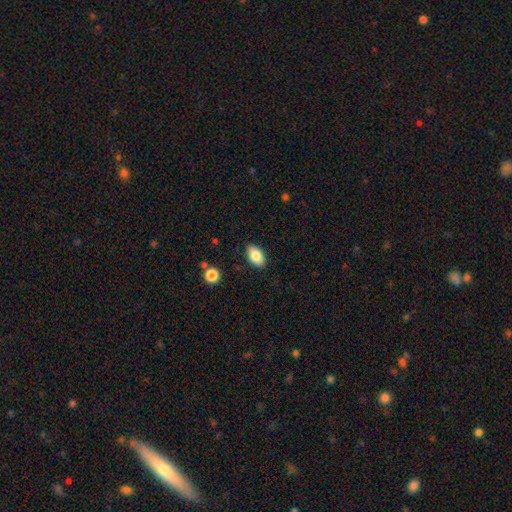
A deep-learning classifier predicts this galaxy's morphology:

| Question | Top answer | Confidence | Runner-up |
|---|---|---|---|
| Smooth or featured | smooth | 84% | featured or disk (9%) |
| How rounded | in between | 92% | round (6%) |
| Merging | none | 87% | minor disturbance (10%) |